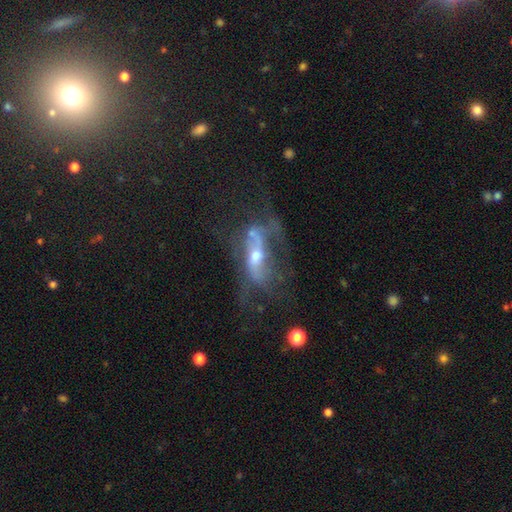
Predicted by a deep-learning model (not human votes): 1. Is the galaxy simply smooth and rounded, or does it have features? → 65% featured or disk, 18% star or artifact, 17% smooth.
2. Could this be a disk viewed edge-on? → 75% no, 25% yes.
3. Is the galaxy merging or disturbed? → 37% none, 32% major disturbance, 19% minor disturbance, 12% merger.